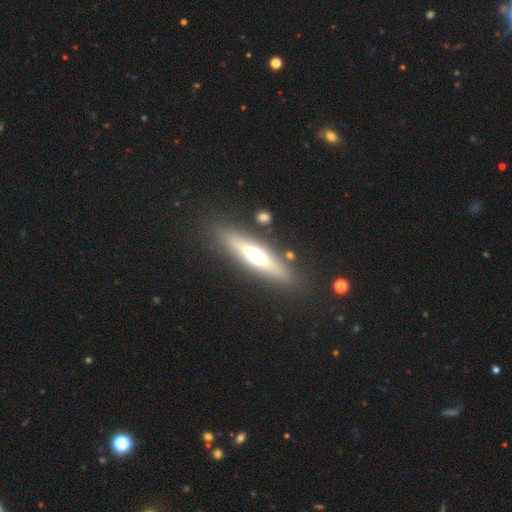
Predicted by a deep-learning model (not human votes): Q: Smooth or featured?
A: featured or disk (57%); runner-up: smooth (34%)
Q: Edge-on disk?
A: yes (89%); runner-up: no (11%)
Q: Edge-on bulge?
A: rounded (92%); runner-up: boxy (5%)
Q: Merging?
A: none (85%); runner-up: minor disturbance (8%)